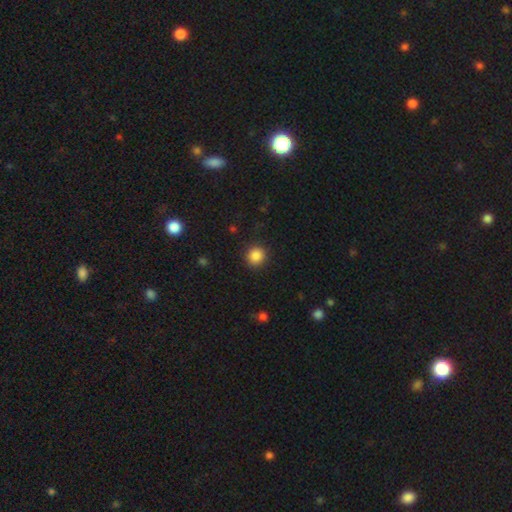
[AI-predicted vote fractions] The model was most divided on "smooth or featured": smooth: 87%, star or artifact: 10%, featured or disk: 3%. More confident: how rounded — round (92%); merging — none (90%).